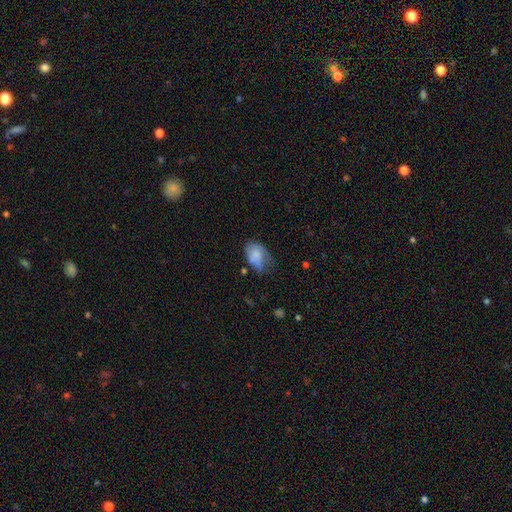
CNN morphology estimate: Q: Smooth or featured?
A: smooth (69%); runner-up: featured or disk (22%)
Q: How rounded?
A: in between (82%); runner-up: round (17%)
Q: Merging?
A: minor disturbance (38%); runner-up: none (31%)